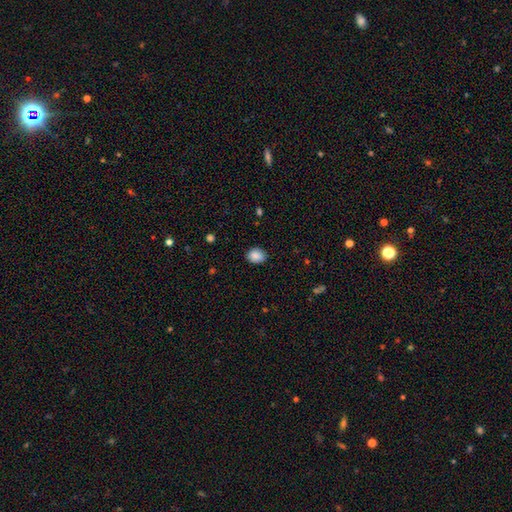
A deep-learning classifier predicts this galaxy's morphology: A smooth galaxy with no disk features (88%) that is in between round and cigar-shaped (54%).

Vote fractions:
- Smooth or featured? smooth: 88% / star or artifact: 8% / featured or disk: 4%
- How rounded? in between: 54% / round: 45% / cigar-shaped: 1%
- Merging? none: 86% / minor disturbance: 11% / major disturbance: 2% / merger: 1%